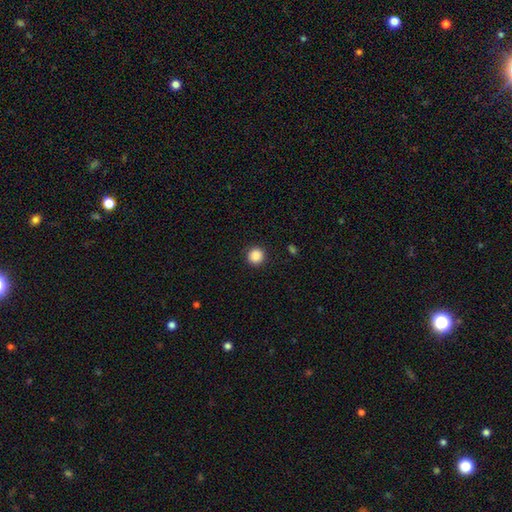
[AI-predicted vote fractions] A smooth galaxy with no disk features (88%) that is round (95%).

Vote fractions:
- Smooth or featured? smooth: 88% / star or artifact: 10% / featured or disk: 3%
- How rounded? round: 95% / in between: 4% / cigar-shaped: 1%
- Merging? none: 92% / minor disturbance: 5% / major disturbance: 2% / merger: 1%